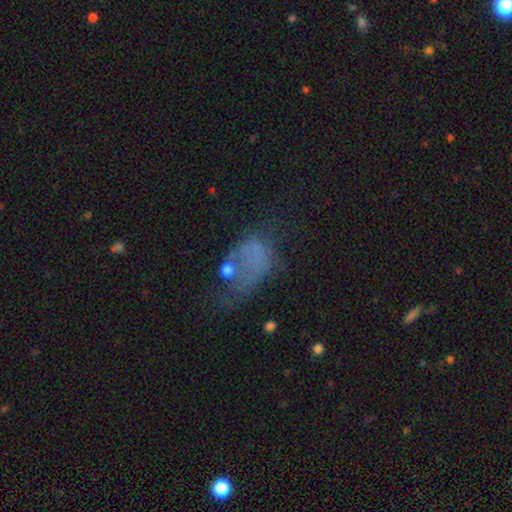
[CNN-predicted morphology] Overall: smooth (41%; featured or disk 40%). Merging: major disturbance (48%; none 24%).